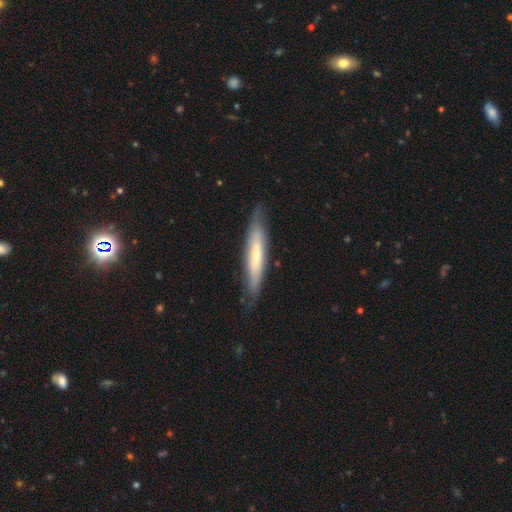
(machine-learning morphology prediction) smooth 53%, featured or disk 41%, star or artifact 6%. Down the decision tree: how rounded — cigar-shaped (89%); merging — none (80%).